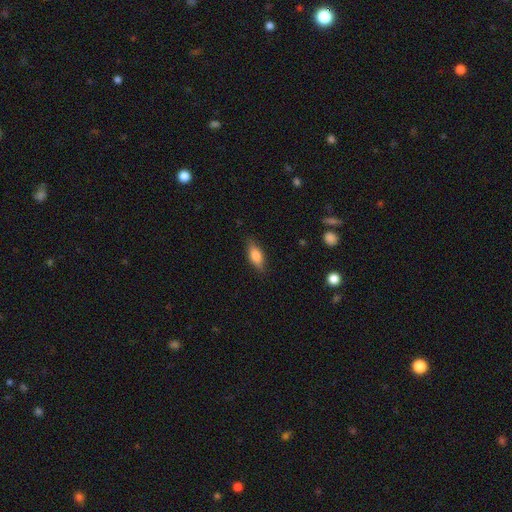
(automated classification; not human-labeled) smooth_or_featured: smooth (p=0.79) [alt: featured or disk p=0.14]
how_rounded: in between (p=0.79) [alt: cigar-shaped p=0.17]
merging: none (p=0.83) [alt: minor disturbance p=0.14]